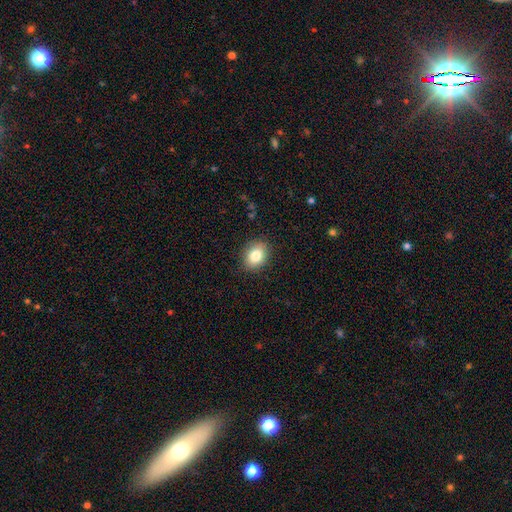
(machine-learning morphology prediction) The model was most divided on "how rounded": in between: 60%, round: 39%, cigar-shaped: 1%. More confident: merging — none (87%); smooth or featured — smooth (83%).